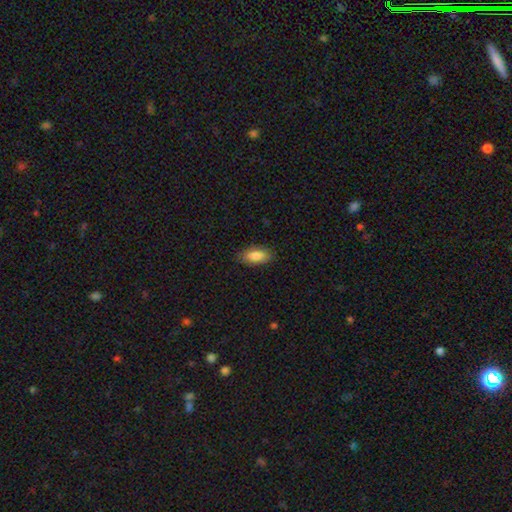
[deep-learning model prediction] This is clearly a smooth galaxy (85%). How rounded: clearly in between (88%). Merging: clearly none (85%).